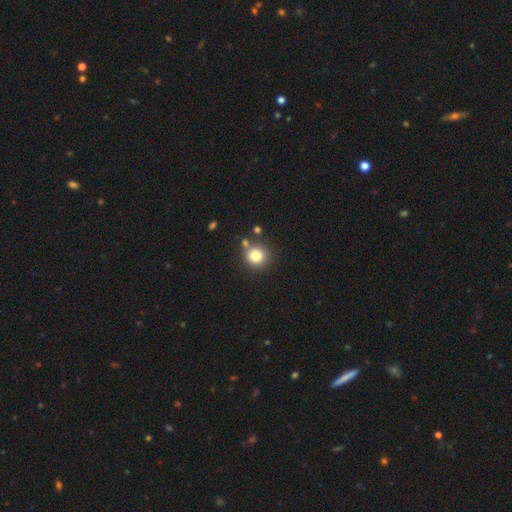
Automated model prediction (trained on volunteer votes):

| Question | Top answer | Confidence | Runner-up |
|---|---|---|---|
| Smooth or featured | smooth | 80% | star or artifact (12%) |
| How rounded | round | 92% | in between (7%) |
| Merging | none | 77% | merger (10%) |